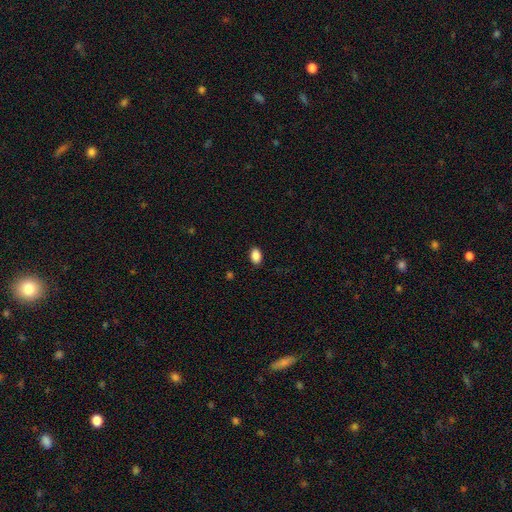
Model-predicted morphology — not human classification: Q: Smooth or featured?
A: smooth (89%); runner-up: star or artifact (8%)
Q: How rounded?
A: in between (86%); runner-up: round (13%)
Q: Merging?
A: none (89%); runner-up: minor disturbance (8%)